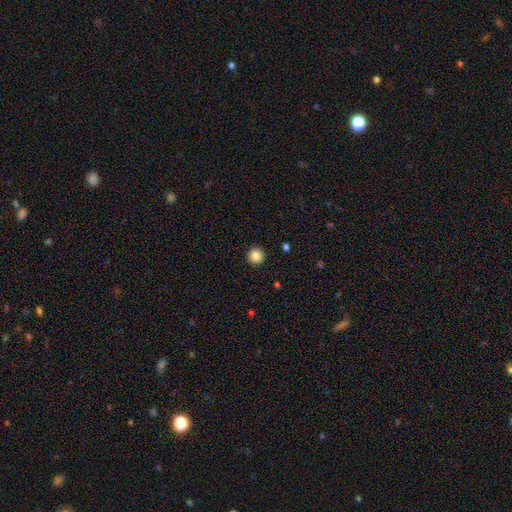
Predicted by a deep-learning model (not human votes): A smooth galaxy with no disk features (86%) that is round (95%). Merging: none (93%).